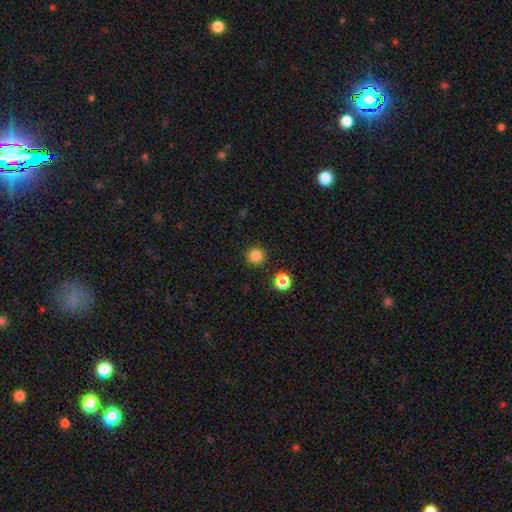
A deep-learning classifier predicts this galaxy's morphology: Smooth or featured? smooth (84%)
How rounded? round (94%)
Merging? none (91%)